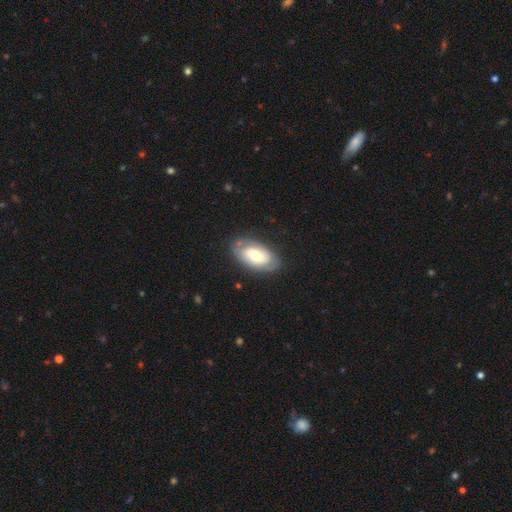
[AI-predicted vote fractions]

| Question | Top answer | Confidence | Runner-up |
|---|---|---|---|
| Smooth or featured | featured or disk | 58% | smooth (36%) |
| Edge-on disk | no | 93% | yes (7%) |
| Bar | no | 40% | weak (39%) |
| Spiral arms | yes | 75% | no (25%) |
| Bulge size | moderate | 52% | small (23%) |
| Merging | none | 75% | minor disturbance (18%) |